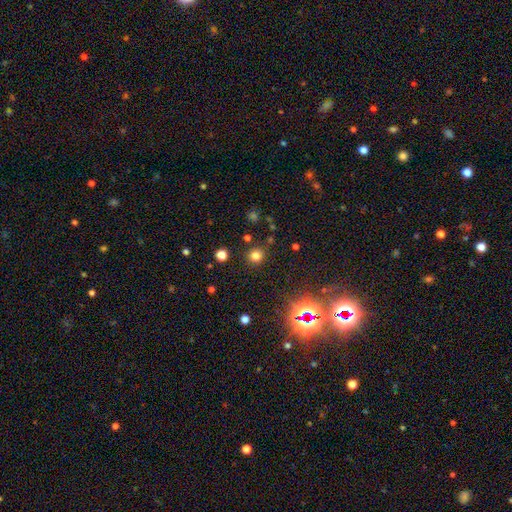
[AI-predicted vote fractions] This is likely a smooth galaxy (76%). How rounded: clearly round (91%). Merging: clearly none (88%).